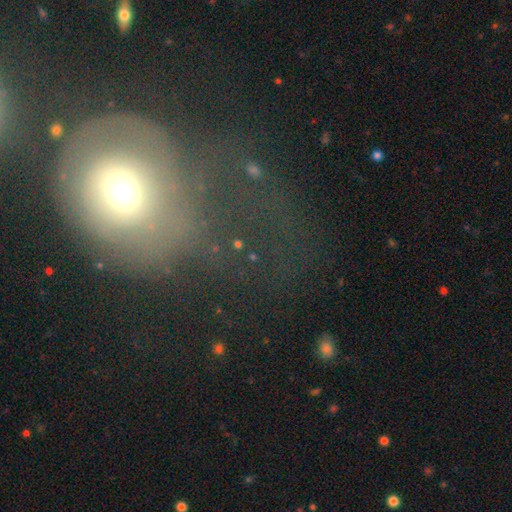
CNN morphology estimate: Smooth or featured?
  - smooth: 41% *
  - featured or disk: 30%
  - star or artifact: 29%
Merging?
  - none: 41% *
  - major disturbance: 38%
  - minor disturbance: 15%
  - merger: 6%